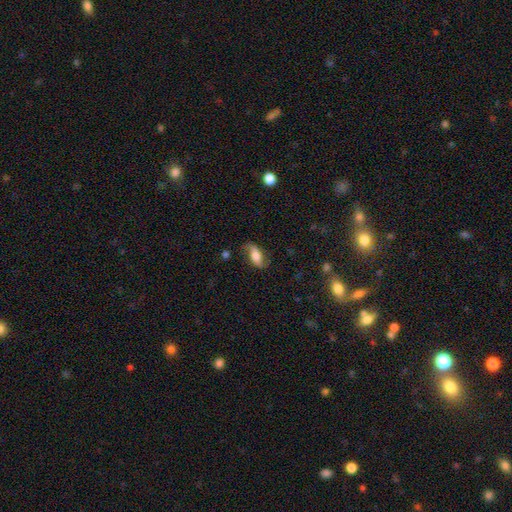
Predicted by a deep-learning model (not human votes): Smooth or featured? featured or disk (54%)
Edge-on disk? no (87%)
Merging? none (71%)